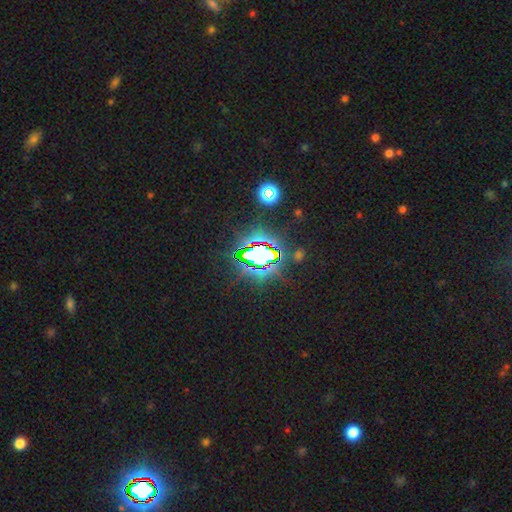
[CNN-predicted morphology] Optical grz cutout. It shows a star or artifact, not a galaxy (84%).